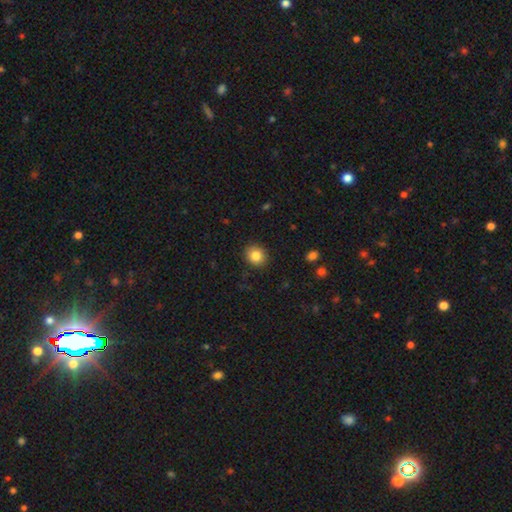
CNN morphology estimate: type=smooth (84%); roundness=round (77%); merging=none (89%).